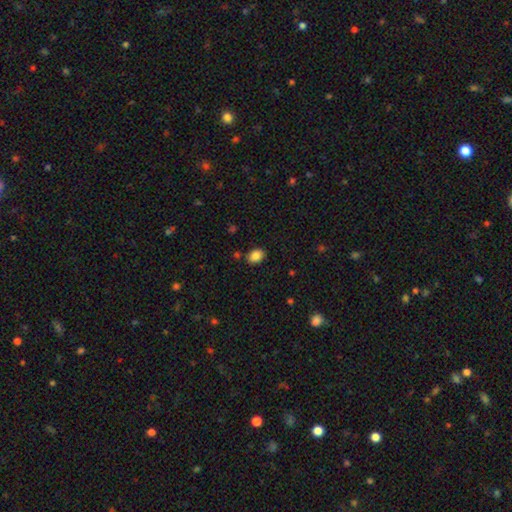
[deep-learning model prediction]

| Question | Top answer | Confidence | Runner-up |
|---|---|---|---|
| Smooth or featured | smooth | 86% | star or artifact (9%) |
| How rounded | in between | 71% | round (28%) |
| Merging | none | 83% | minor disturbance (11%) |